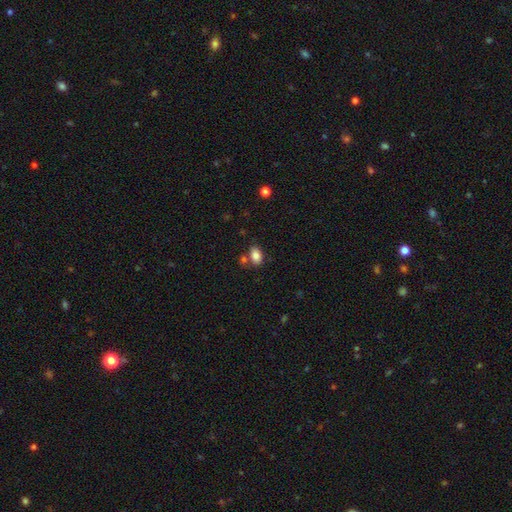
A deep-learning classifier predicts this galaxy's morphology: smooth_or_featured: smooth (p=0.84) [alt: star or artifact p=0.09]
how_rounded: in between (p=0.87) [alt: round p=0.12]
merging: none (p=0.67) [alt: merger p=0.16]